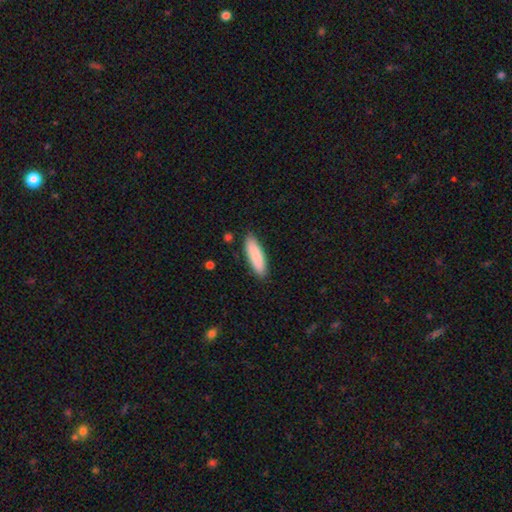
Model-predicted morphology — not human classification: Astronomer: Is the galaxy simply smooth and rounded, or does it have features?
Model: smooth — 87%.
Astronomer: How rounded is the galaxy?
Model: cigar-shaped — 59% (runner-up: in between, 40%).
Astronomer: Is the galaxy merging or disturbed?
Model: none — 87%.